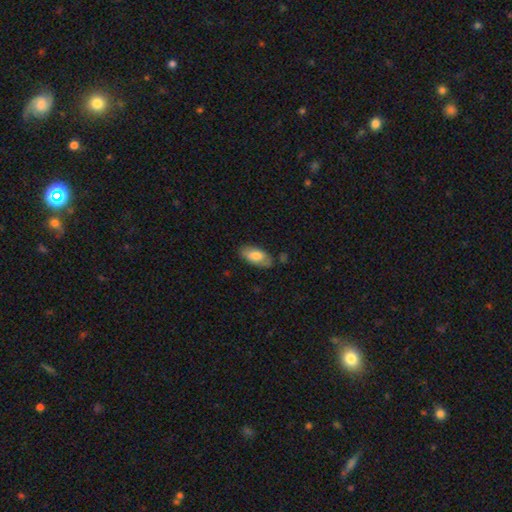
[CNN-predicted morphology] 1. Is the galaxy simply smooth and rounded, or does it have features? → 75% smooth, 19% featured or disk, 6% star or artifact.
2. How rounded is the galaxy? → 90% in between, 8% cigar-shaped, 3% round.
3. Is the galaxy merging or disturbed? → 75% none, 19% minor disturbance, 4% major disturbance, 3% merger.